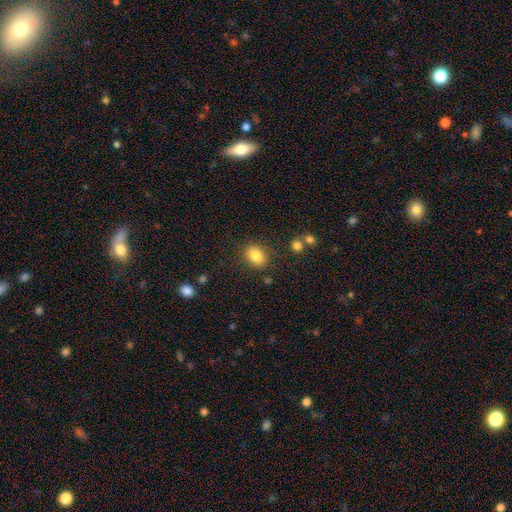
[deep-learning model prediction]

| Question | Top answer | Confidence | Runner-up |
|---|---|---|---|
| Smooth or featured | smooth | 84% | star or artifact (9%) |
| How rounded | in between | 60% | round (39%) |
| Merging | none | 83% | minor disturbance (10%) |